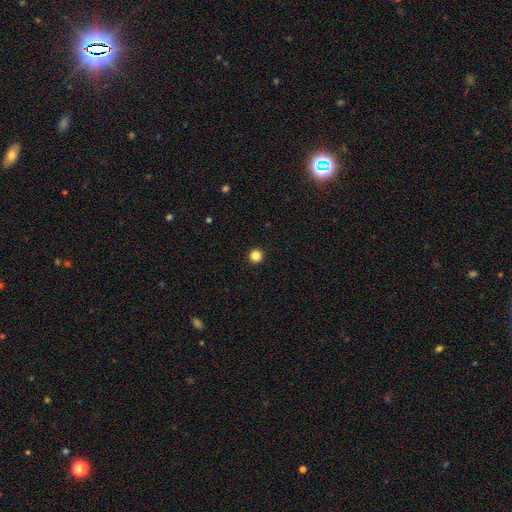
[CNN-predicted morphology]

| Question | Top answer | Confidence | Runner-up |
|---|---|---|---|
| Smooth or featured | smooth | 85% | star or artifact (11%) |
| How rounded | round | 96% | in between (3%) |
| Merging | none | 94% | minor disturbance (3%) |